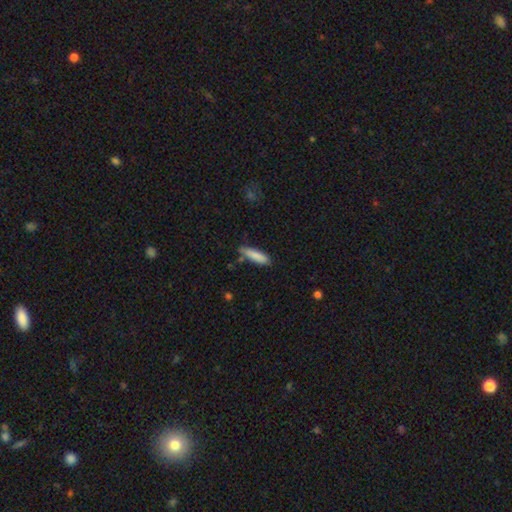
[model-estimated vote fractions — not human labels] Overall: smooth (86%). How rounded: cigar-shaped (70%). Merging: none (76%).